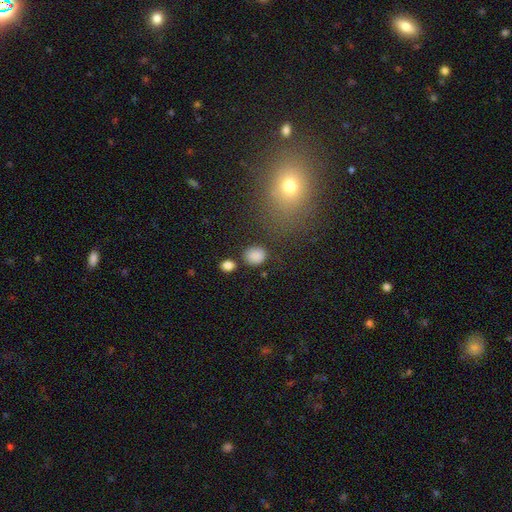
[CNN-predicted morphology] Q: Smooth or featured?
A: smooth (86%); runner-up: star or artifact (10%)
Q: How rounded?
A: round (68%); runner-up: in between (31%)
Q: Merging?
A: none (78%); runner-up: minor disturbance (12%)